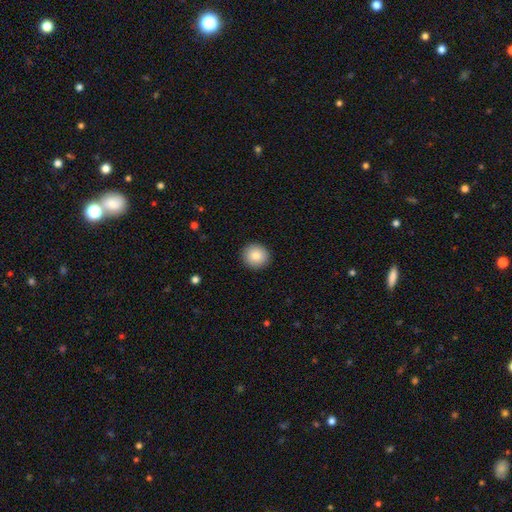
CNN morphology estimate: type=smooth (84%); roundness=round (92%); merging=none (92%).